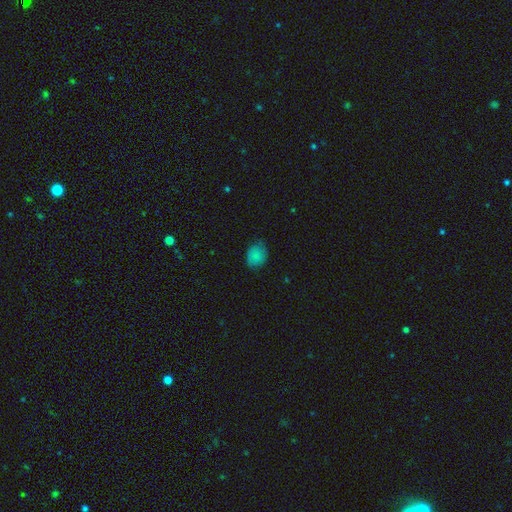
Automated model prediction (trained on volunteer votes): This appears to be a smooth galaxy with no disk features (84%) that is round (50%). Merging: none (71%).